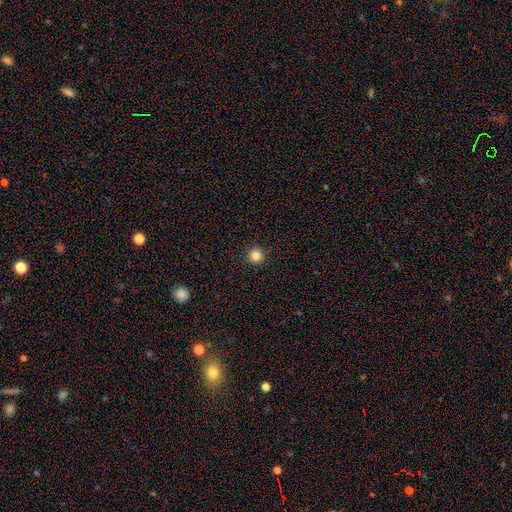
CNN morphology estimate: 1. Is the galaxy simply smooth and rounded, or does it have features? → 84% smooth, 12% star or artifact, 4% featured or disk.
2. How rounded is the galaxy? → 96% round, 3% in between, 1% cigar-shaped.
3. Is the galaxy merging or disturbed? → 93% none, 4% minor disturbance, 2% major disturbance, 1% merger.